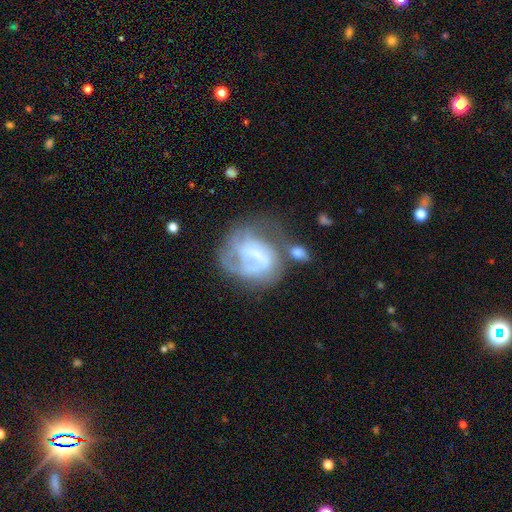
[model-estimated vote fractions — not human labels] Smooth or featured? featured or disk (64%)
Edge-on disk? no (98%)
Bar? no (53%)
Spiral arms? yes (62%)
Bulge size? none (51%)
Merging? none (36%)